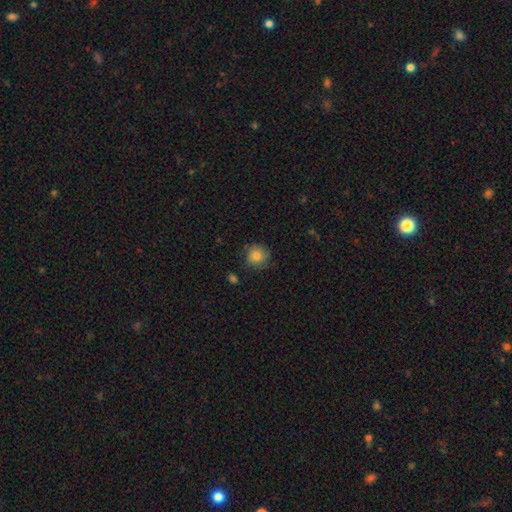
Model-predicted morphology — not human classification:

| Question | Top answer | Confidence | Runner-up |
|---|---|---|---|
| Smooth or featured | smooth | 83% | star or artifact (9%) |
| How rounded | round | 92% | in between (7%) |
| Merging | none | 81% | minor disturbance (14%) |